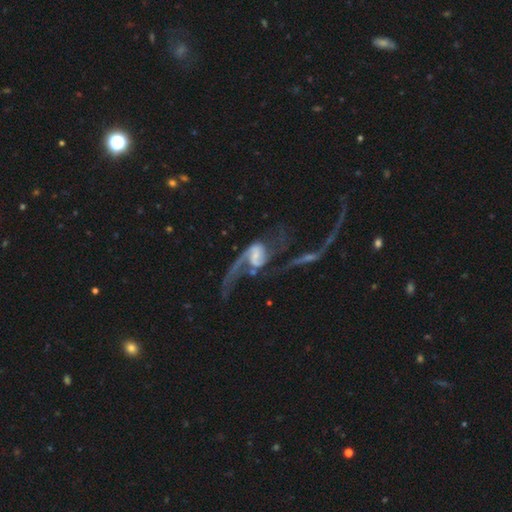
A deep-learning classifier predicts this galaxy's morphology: This is clearly a featured or disk galaxy (85%). It is clearly not viewed edge-on (97%). Bar: marginally weak (44%). Spiral arm pattern: clearly yes (92%). Spiral arm count: likely 2 (79%). Spiral winding: likely loose (73%). Central bulge: marginally small (45%). Merging: marginally major disturbance (40%).